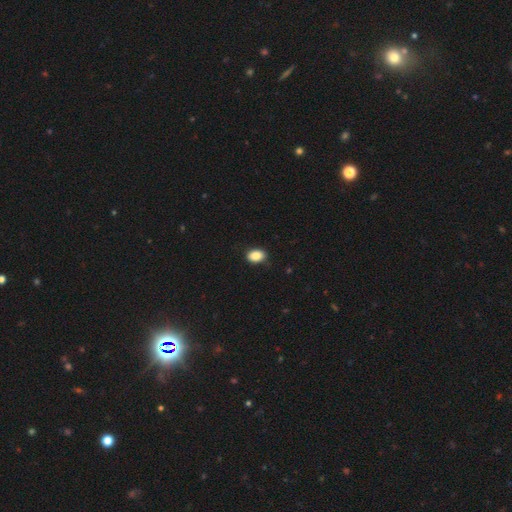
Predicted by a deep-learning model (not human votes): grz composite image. It shows a smooth galaxy with no disk features (88%) that is in between round and cigar-shaped (81%). Merging: none (84%).